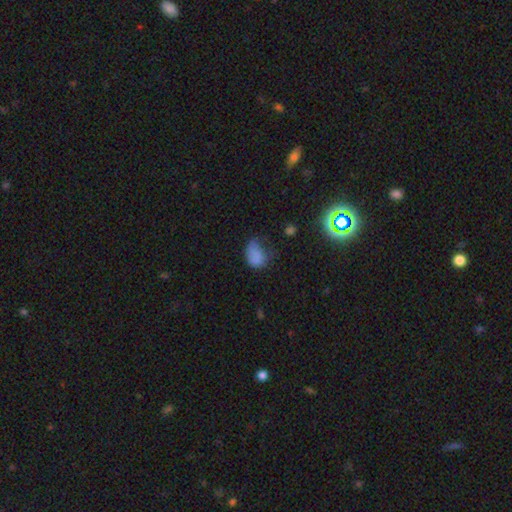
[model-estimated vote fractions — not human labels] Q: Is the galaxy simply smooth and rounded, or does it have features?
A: smooth — 75%.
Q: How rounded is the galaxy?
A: in between — 75%.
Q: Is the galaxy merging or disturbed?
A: minor disturbance — 37%.